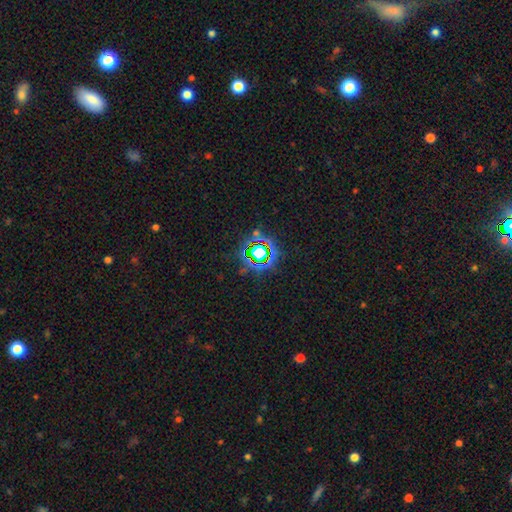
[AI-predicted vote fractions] Smooth or featured: star or artifact — 71% (smooth — 18%)